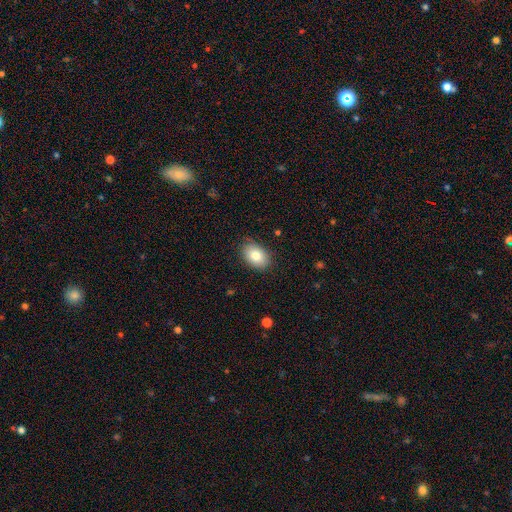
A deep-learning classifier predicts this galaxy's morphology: Smooth or featured? Predicted: smooth (p=0.82). How rounded? Predicted: in between (p=0.81). Merging? Predicted: none (p=0.84).